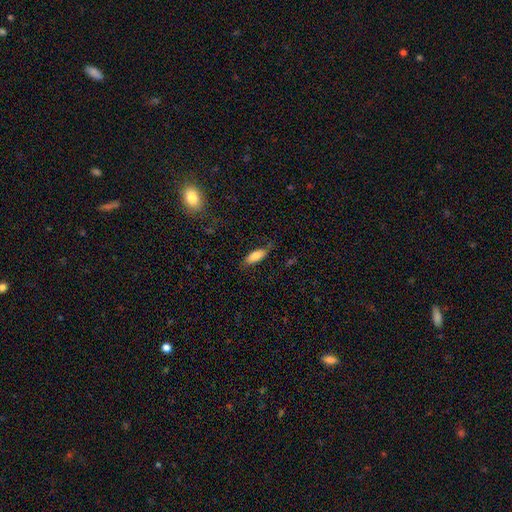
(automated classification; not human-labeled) A smooth galaxy with no disk features (80%) that is in between round and cigar-shaped (74%). Merging: none (75%).